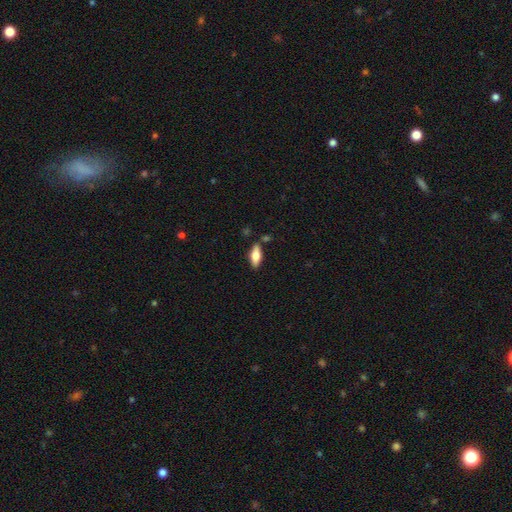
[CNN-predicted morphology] smooth-or-featured: smooth: 68% | featured or disk: 26% | star or artifact: 6%
  how-rounded: in between: 74% | cigar-shaped: 24% | round: 2%
  merging: none: 81% | minor disturbance: 12% | merger: 5% | major disturbance: 2%